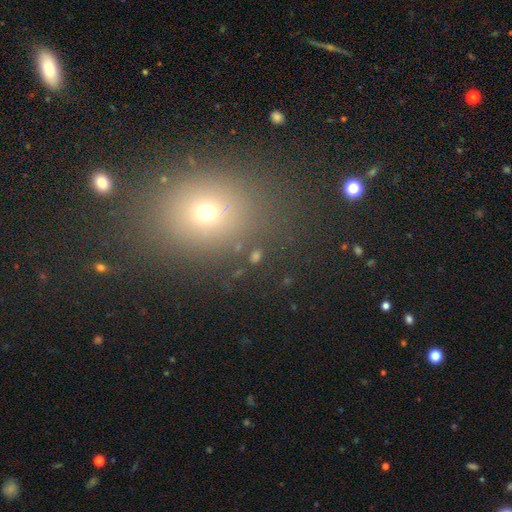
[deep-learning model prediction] The model was most divided on "how rounded": round: 58%, in between: 40%, cigar-shaped: 3%. More confident: merging — none (80%); smooth or featured — smooth (57%).